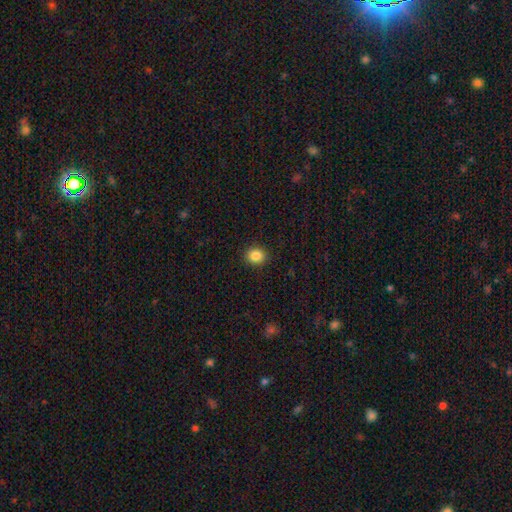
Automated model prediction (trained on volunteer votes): Smooth or featured? Predicted: smooth (p=0.86). How rounded? Predicted: round (p=0.73). Merging? Predicted: none (p=0.91).